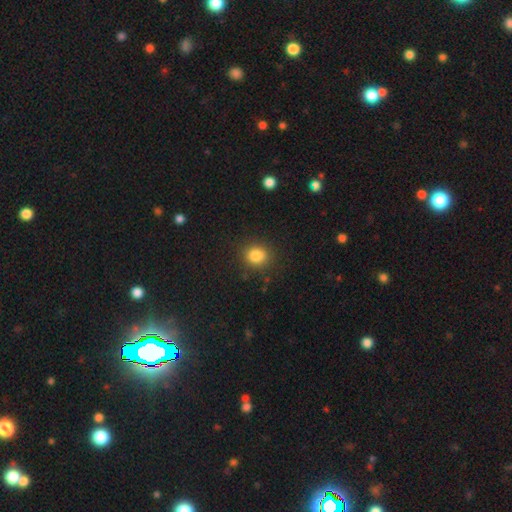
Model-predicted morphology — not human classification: Smooth or featured? smooth (84%)
How rounded? round (69%)
Merging? none (86%)